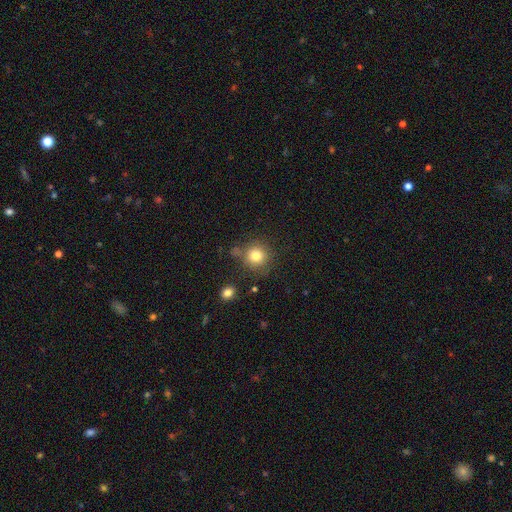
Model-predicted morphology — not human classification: Smooth or featured? smooth (80%)
How rounded? round (91%)
Merging? none (75%)